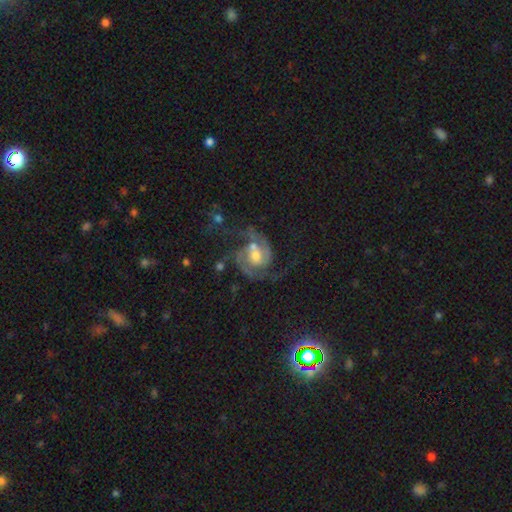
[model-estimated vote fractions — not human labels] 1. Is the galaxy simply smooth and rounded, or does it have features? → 88% featured or disk, 6% smooth, 6% star or artifact.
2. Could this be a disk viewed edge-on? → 98% no, 2% yes.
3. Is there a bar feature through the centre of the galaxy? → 60% no, 33% weak, 7% strong.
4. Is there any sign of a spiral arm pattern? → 97% yes, 3% no.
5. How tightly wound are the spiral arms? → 54% medium, 24% tight, 22% loose.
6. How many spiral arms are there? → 78% 2, 8% 3, 5% can't tell, 3% 1, 3% 4, 2% more than 4.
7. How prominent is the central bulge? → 63% moderate, 22% small, 11% large, 3% none, 2% dominant.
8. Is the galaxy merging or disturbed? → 52% none, 19% major disturbance, 16% minor disturbance, 13% merger.